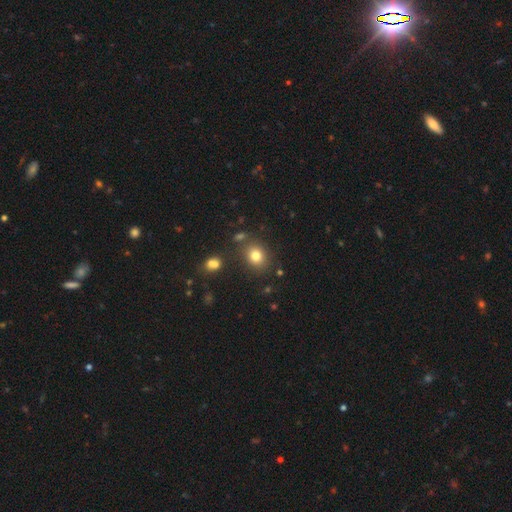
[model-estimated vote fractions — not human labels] smooth_or_featured: smooth (p=0.80) [alt: star or artifact p=0.12]
how_rounded: round (p=0.55) [alt: in between p=0.44]
merging: none (p=0.80) [alt: minor disturbance p=0.11]